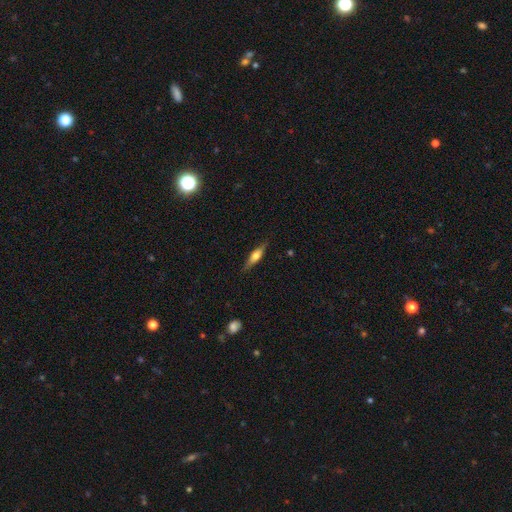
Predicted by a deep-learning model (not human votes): Smooth or featured?
  - featured or disk: 51% *
  - smooth: 42%
  - star or artifact: 6%
Edge-on disk?
  - yes: 94% *
  - no: 6%
Merging?
  - none: 86% *
  - minor disturbance: 11%
  - major disturbance: 2%
  - merger: 1%